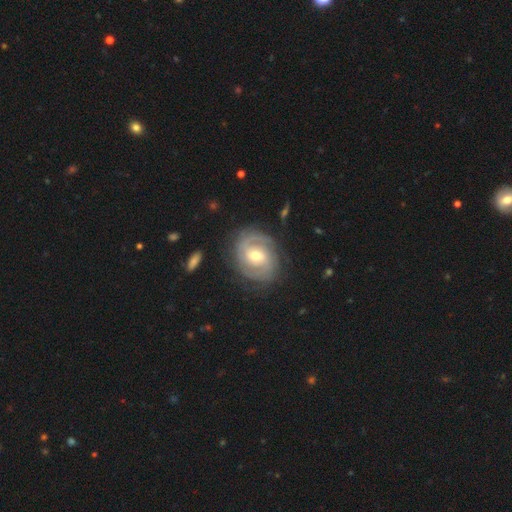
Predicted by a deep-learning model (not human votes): Smooth or featured? Predicted: featured or disk (p=0.84). Edge-on disk? Predicted: no (p=0.97). Bar? Predicted: weak (p=0.45). Spiral arms? Predicted: yes (p=0.93). Spiral winding? Predicted: tight (p=0.61). Spiral arm count? Predicted: 2 (p=0.71). Bulge size? Predicted: moderate (p=0.70). Merging? Predicted: none (p=0.80).